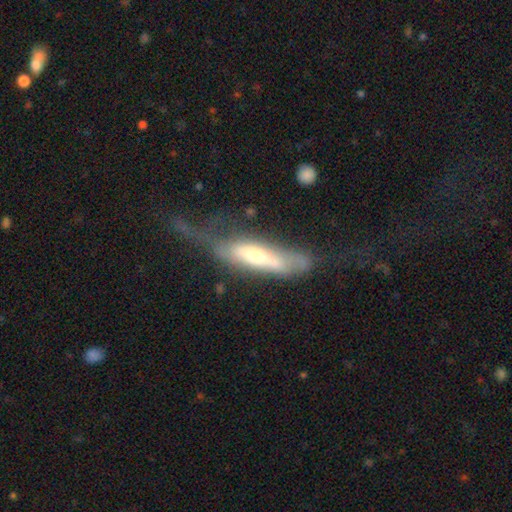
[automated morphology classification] Smooth or featured: featured or disk — 58% (smooth — 35%)
Edge-on disk: yes — 53% (no — 47%)
Merging: major disturbance — 44% (none — 26%)